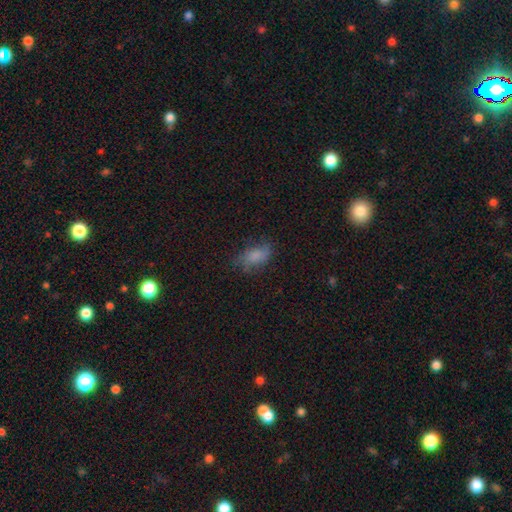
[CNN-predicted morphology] The model was most divided on "merging": none: 58%, minor disturbance: 26%, major disturbance: 14%, merger: 2%. More confident: how rounded — in between (88%); smooth or featured — smooth (68%).